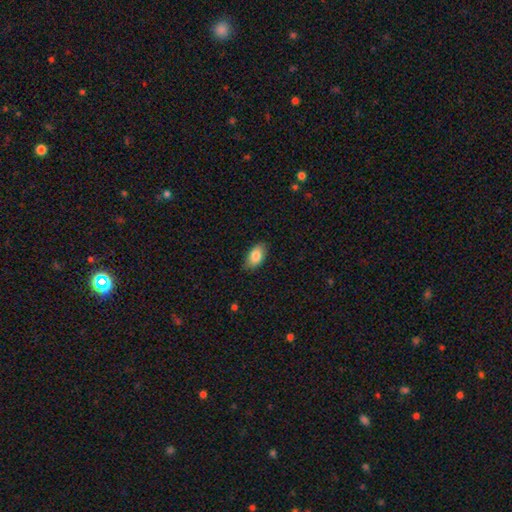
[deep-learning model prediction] This is clearly a smooth galaxy (85%). How rounded: clearly in between (93%). Merging: clearly none (83%).